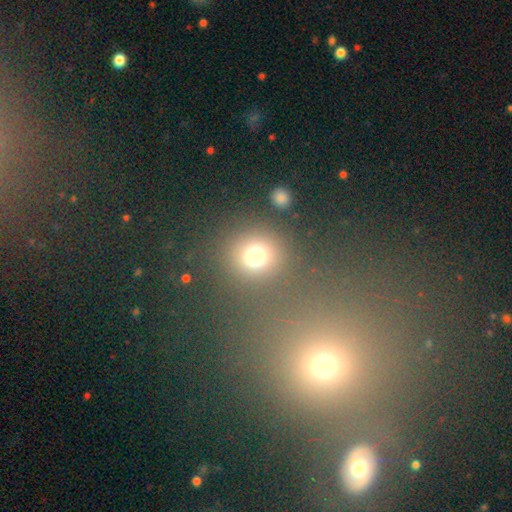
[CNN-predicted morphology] type=smooth (71%); roundness=round (89%); merging=none (80%).